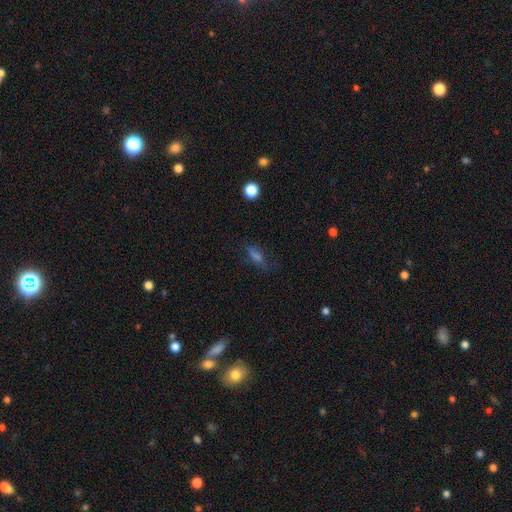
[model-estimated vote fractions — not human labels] Overall: smooth (52%; star or artifact 24%). How rounded: in between (57%; cigar-shaped 35%). Merging: none (63%).